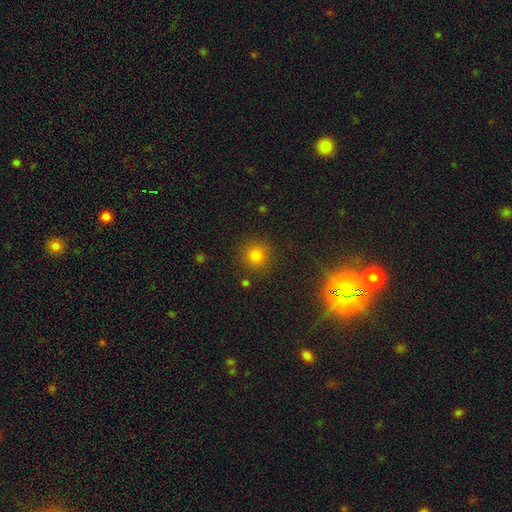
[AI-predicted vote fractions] Smooth or featured?
  - smooth: 79% *
  - star or artifact: 15%
  - featured or disk: 6%
How rounded?
  - round: 94% *
  - in between: 5%
  - cigar-shaped: 1%
Merging?
  - none: 87% *
  - minor disturbance: 7%
  - major disturbance: 3%
  - merger: 3%